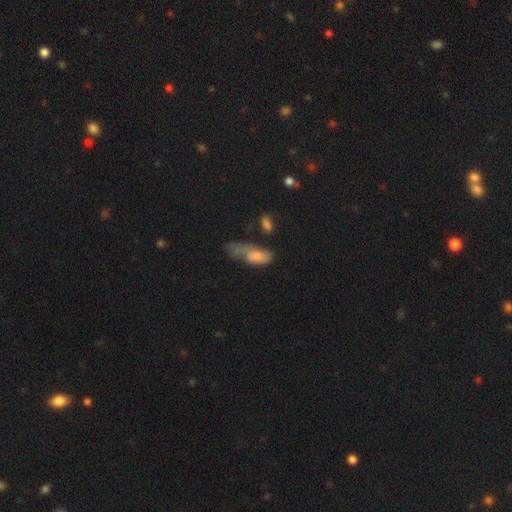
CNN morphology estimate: Overall: smooth (67%). How rounded: in between (79%). Merging: major disturbance (39%; none 23%).